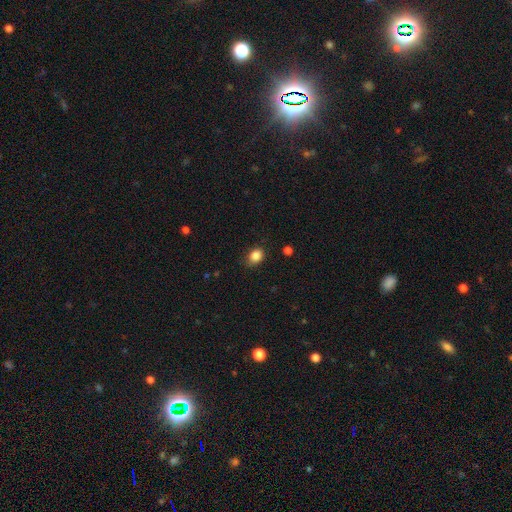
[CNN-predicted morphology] smooth-or-featured: smooth: 85% | star or artifact: 10% | featured or disk: 5%
  how-rounded: in between: 59% | round: 40% | cigar-shaped: 1%
  merging: none: 79% | minor disturbance: 16% | major disturbance: 3% | merger: 1%